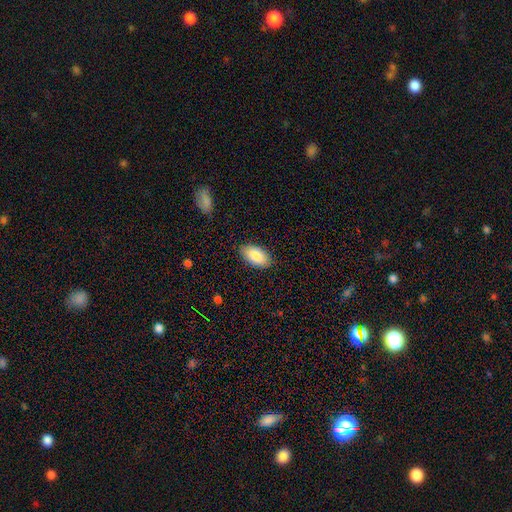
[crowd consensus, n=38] This appears to be a smooth galaxy with no disk features (79%) that is in between round and cigar-shaped (100%). Merging: none (83%).